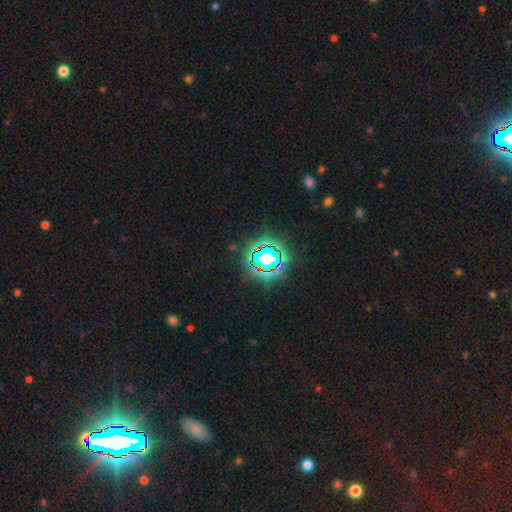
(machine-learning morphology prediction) Smooth or featured? star or artifact (82%)